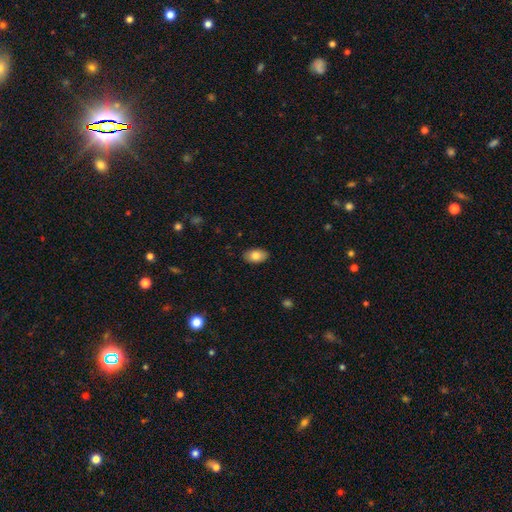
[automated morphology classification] smooth-or-featured: smooth: 82% | featured or disk: 11% | star or artifact: 7%
  how-rounded: in between: 92% | round: 6% | cigar-shaped: 1%
  merging: none: 88% | minor disturbance: 9% | major disturbance: 2% | merger: 1%